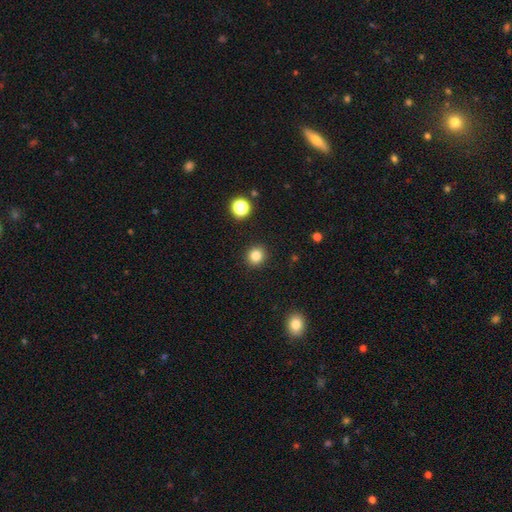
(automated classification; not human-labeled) This appears to be a smooth galaxy with no disk features (83%) that is round (89%). Merging: none (92%).